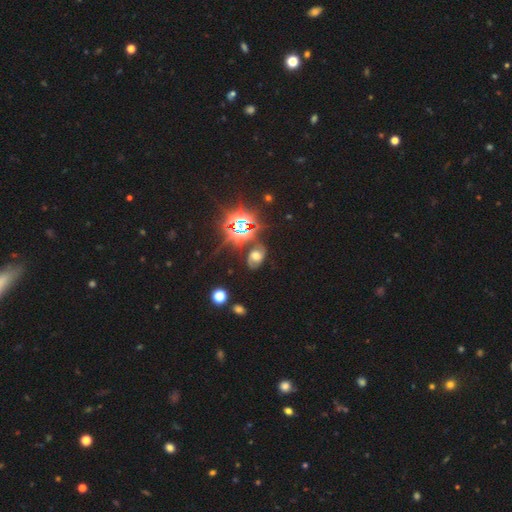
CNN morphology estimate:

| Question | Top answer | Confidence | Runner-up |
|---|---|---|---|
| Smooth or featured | featured or disk | 39% | star or artifact (34%) |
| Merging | none | 67% | minor disturbance (19%) |